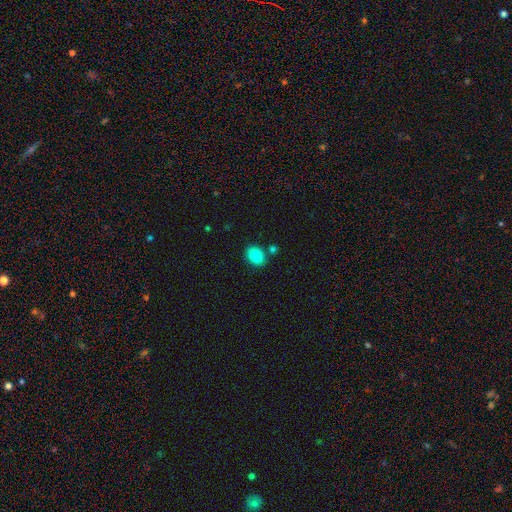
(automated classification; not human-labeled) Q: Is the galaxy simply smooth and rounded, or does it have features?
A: smooth — 86%.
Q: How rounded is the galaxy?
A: in between — 70%.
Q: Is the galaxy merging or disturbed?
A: none — 80%.